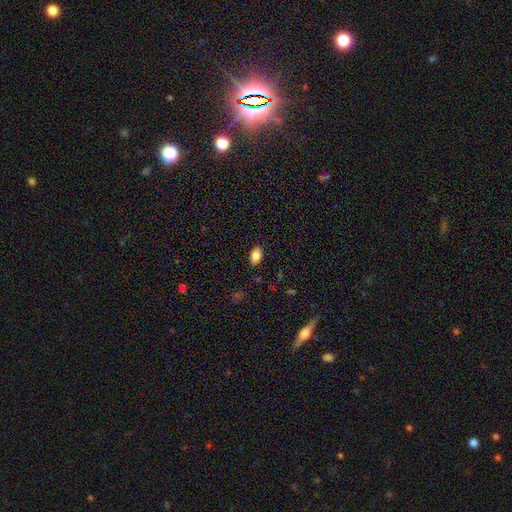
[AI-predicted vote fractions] smooth 84%, star or artifact 8%, featured or disk 8%. Down the decision tree: how rounded — in between (91%); merging — none (87%).